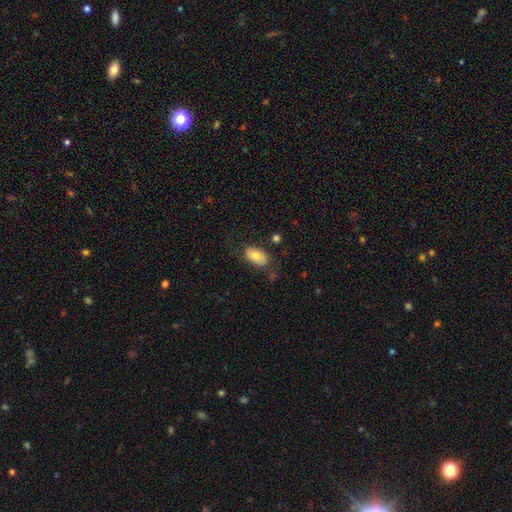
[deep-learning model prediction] smooth 73%, featured or disk 20%, star or artifact 7%. Down the decision tree: how rounded — in between (93%); merging — none (71%).